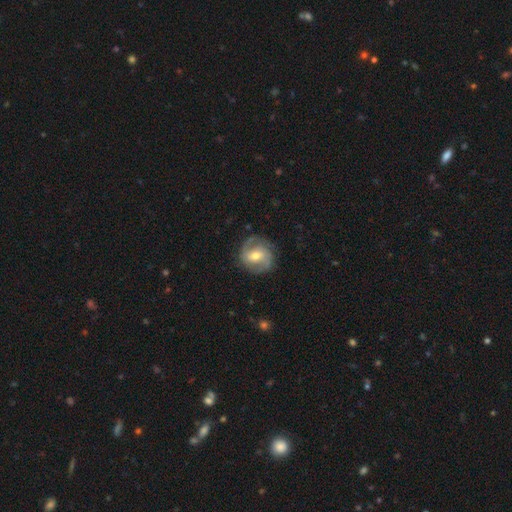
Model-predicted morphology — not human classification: Smooth or featured? Predicted: featured or disk (p=0.76). Edge-on disk? Predicted: no (p=0.98). Bar? Predicted: weak (p=0.48). Spiral arms? Predicted: yes (p=0.92). Spiral winding? Predicted: medium (p=0.47). Spiral arm count? Predicted: 2 (p=0.76). Bulge size? Predicted: moderate (p=0.62). Merging? Predicted: none (p=0.79).